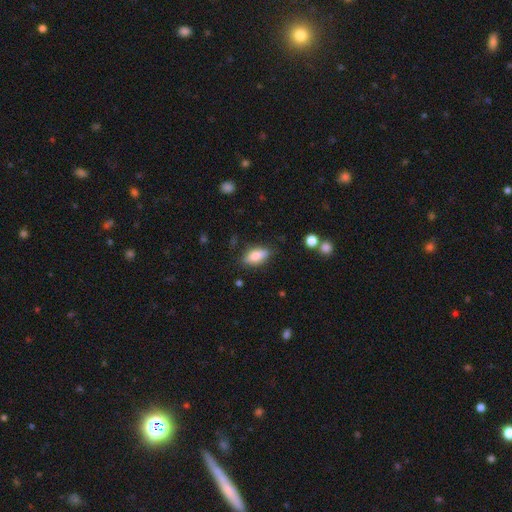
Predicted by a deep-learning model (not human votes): Overall: smooth (75%). How rounded: in between (79%). Merging: none (80%).